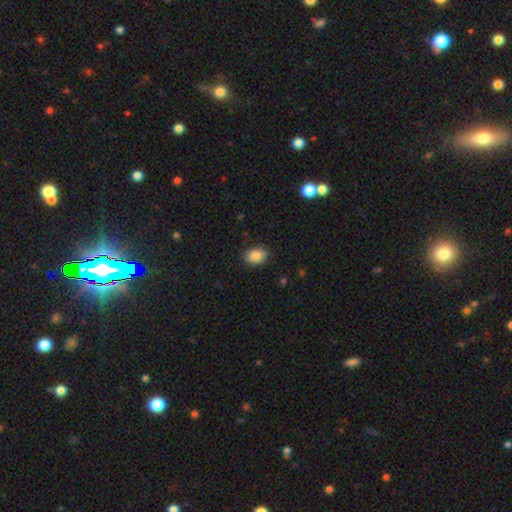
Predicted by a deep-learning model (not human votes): A smooth galaxy with no disk features (88%) that is in between round and cigar-shaped (77%). Merging: none (88%).